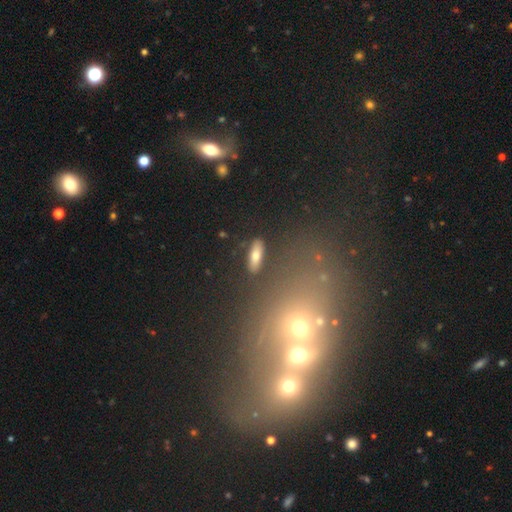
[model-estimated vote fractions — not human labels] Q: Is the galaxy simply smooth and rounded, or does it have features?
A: smooth — 60%.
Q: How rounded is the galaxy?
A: in between — 60%.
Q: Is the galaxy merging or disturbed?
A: none — 83%.